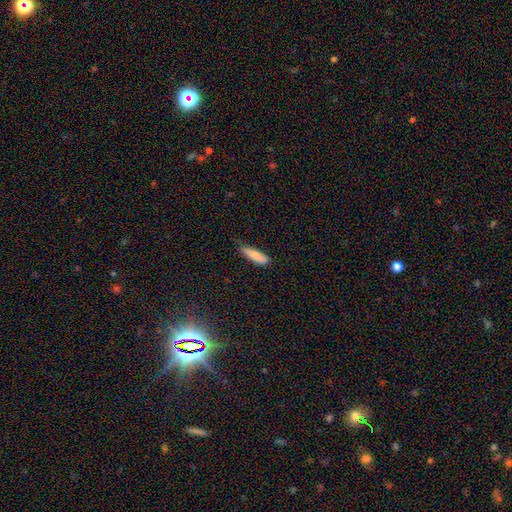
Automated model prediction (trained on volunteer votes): A smooth galaxy with no disk features (85%) that is cigar-shaped (61%).

Vote fractions:
- Smooth or featured? smooth: 85% / featured or disk: 9% / star or artifact: 6%
- How rounded? cigar-shaped: 61% / in between: 37% / round: 2%
- Merging? none: 68% / minor disturbance: 27% / major disturbance: 4% / merger: 1%